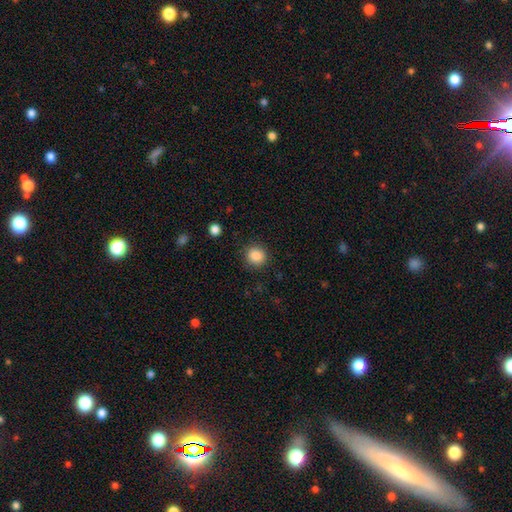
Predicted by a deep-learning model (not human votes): Overall: smooth (87%). How rounded: round (91%). Merging: none (89%).